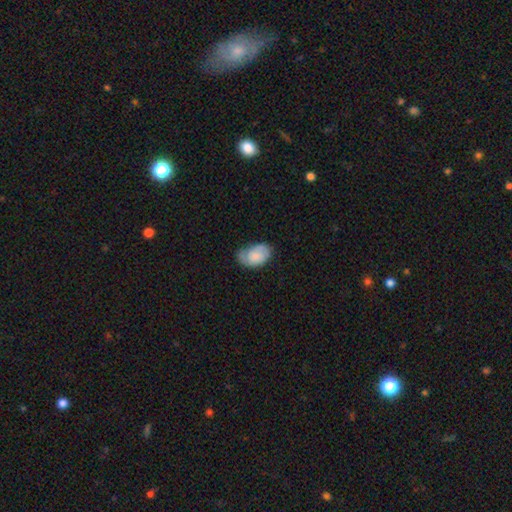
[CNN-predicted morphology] smooth-or-featured: smooth: 68% | featured or disk: 25% | star or artifact: 7%
  how-rounded: in between: 89% | round: 9% | cigar-shaped: 1%
  merging: none: 43% | minor disturbance: 40% | major disturbance: 15% | merger: 2%